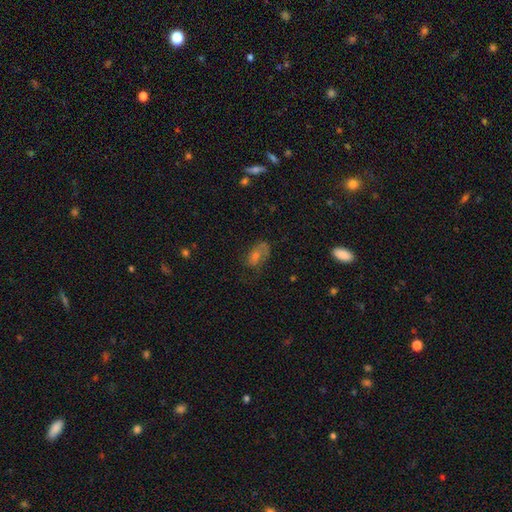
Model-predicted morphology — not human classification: Smooth or featured? Predicted: featured or disk (p=0.42). Merging? Predicted: none (p=0.55).